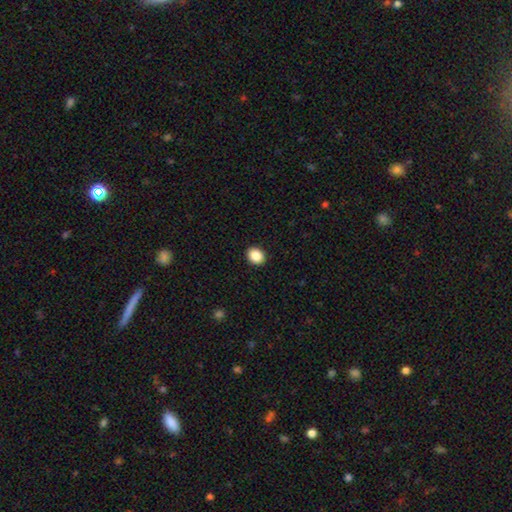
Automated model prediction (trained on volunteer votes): Morphology: type=smooth (88%); roundness=round (56%); merging=none (92%).